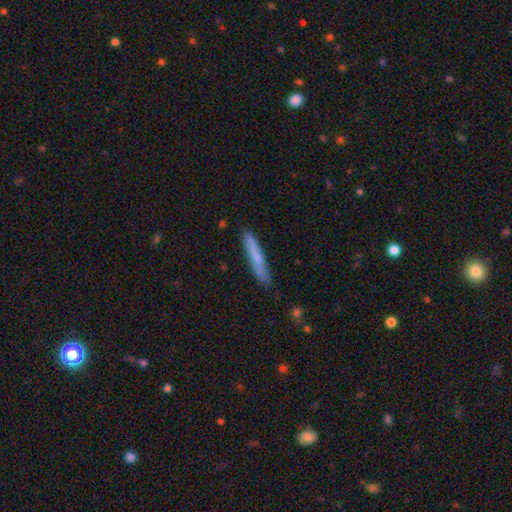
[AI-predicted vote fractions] This appears to be a smooth galaxy with no disk features (65%) that is cigar-shaped (95%). Merging: none (86%).